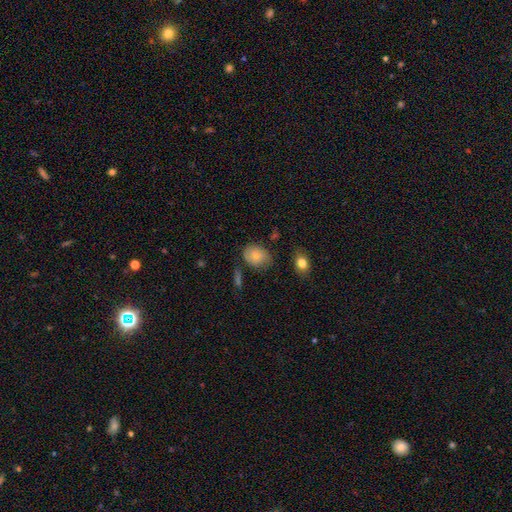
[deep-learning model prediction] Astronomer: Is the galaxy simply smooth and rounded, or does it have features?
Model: smooth — 74%.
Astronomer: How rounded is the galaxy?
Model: in between — 53% (runner-up: round, 46%).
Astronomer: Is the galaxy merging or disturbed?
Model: none — 63%.